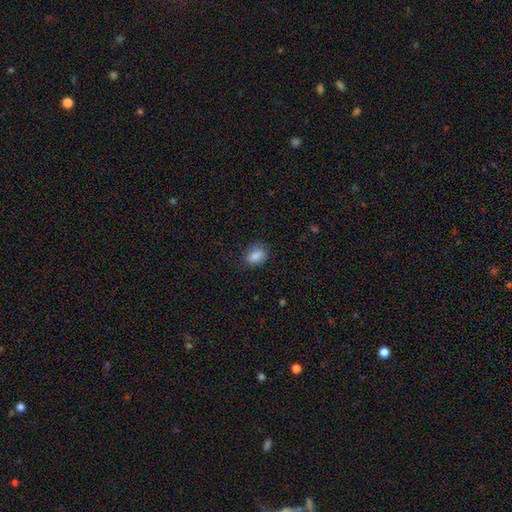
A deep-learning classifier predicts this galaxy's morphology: The model was most divided on "how rounded": in between: 74%, round: 24%, cigar-shaped: 2%. More confident: smooth or featured — smooth (86%); merging — none (77%).